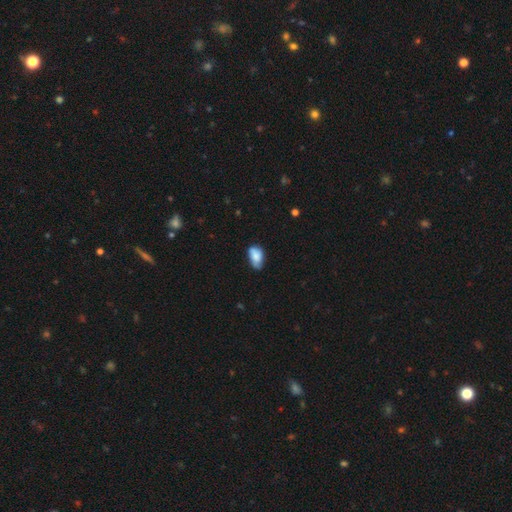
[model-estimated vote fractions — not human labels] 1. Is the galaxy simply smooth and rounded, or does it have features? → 77% smooth, 15% featured or disk, 8% star or artifact.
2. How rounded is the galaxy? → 91% in between, 7% round, 2% cigar-shaped.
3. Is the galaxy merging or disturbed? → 49% none, 39% minor disturbance, 9% major disturbance, 3% merger.